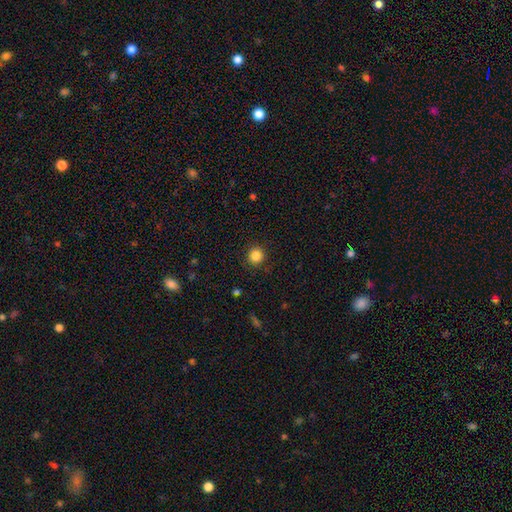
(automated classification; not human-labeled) smooth-or-featured: smooth: 85% | star or artifact: 11% | featured or disk: 4%
  how-rounded: round: 93% | in between: 6% | cigar-shaped: 1%
  merging: none: 90% | minor disturbance: 7% | major disturbance: 2% | merger: 1%